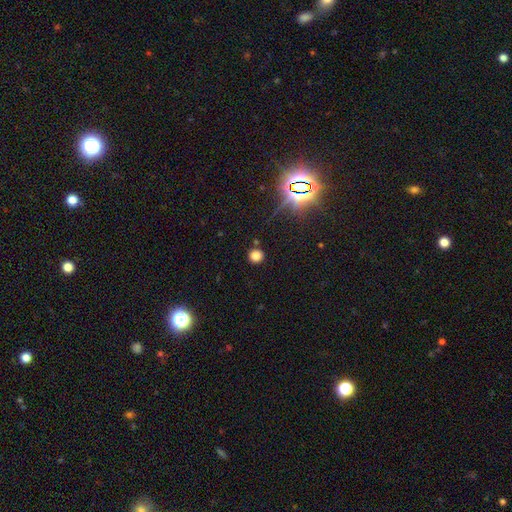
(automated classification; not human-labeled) A smooth galaxy with no disk features (76%) that is round (91%). Merging: none (86%).